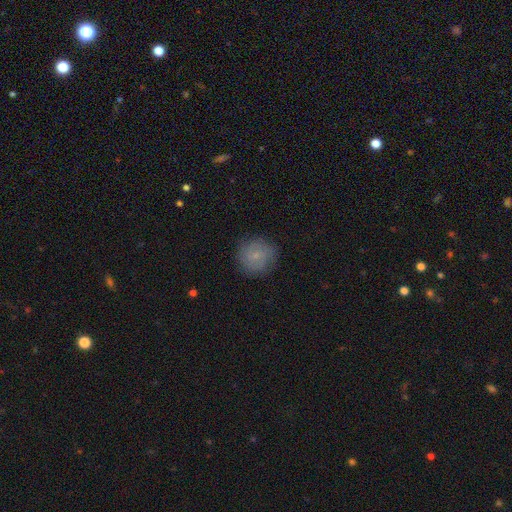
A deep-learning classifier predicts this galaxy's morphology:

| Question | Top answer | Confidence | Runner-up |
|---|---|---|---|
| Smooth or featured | smooth | 64% | featured or disk (27%) |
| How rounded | round | 91% | in between (8%) |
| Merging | none | 83% | minor disturbance (12%) |